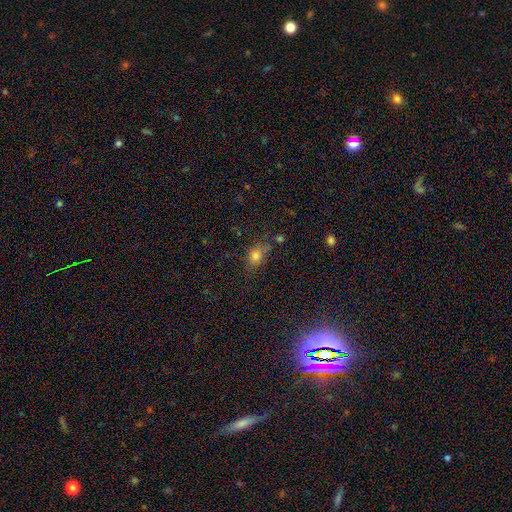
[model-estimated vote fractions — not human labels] This appears to be a smooth galaxy with no disk features (75%) that is in between round and cigar-shaped (61%). Merging: none (61%).